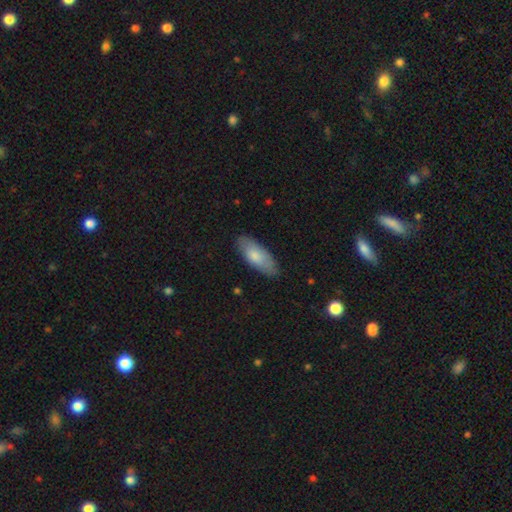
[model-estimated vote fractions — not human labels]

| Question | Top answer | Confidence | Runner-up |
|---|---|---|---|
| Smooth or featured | smooth | 76% | featured or disk (18%) |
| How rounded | in between | 79% | cigar-shaped (19%) |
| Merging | none | 80% | minor disturbance (17%) |